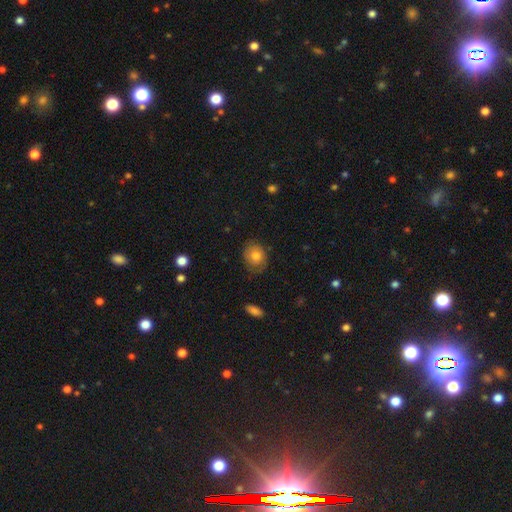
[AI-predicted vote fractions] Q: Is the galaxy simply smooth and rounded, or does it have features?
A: smooth — 71%.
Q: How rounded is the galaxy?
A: round — 56%.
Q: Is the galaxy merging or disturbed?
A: none — 75%.